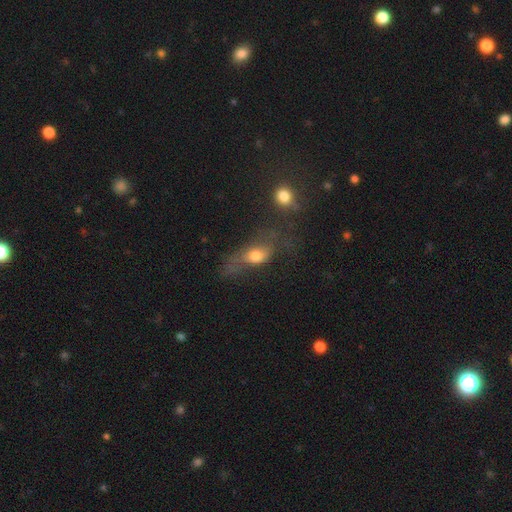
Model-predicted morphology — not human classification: The model was most divided on "merging": major disturbance: 37%, none: 30%, minor disturbance: 21%, merger: 12%. More confident: how rounded — in between (67%); smooth or featured — smooth (65%).